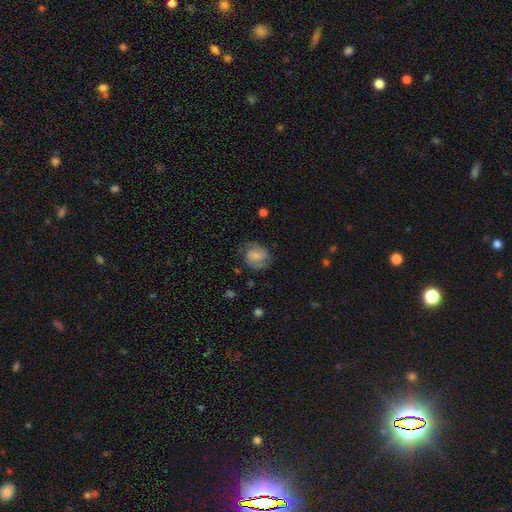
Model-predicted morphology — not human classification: This appears to be a smooth galaxy with no disk features (50%) that is round (68%). Merging: none (66%).